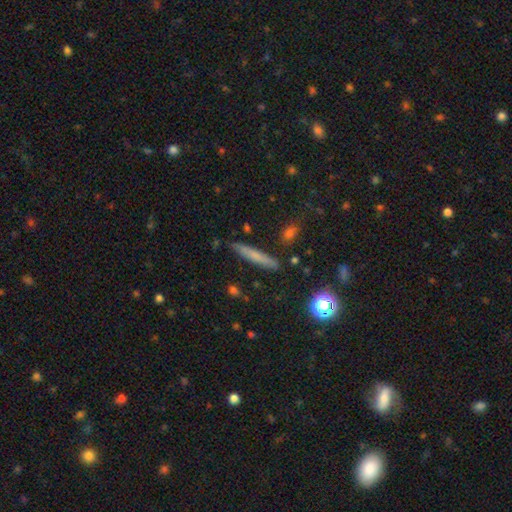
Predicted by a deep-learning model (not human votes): smooth-or-featured: smooth: 60% | featured or disk: 29% | star or artifact: 12%
  how-rounded: cigar-shaped: 91% | in between: 6% | round: 3%
  merging: none: 86% | minor disturbance: 10% | merger: 2% | major disturbance: 2%